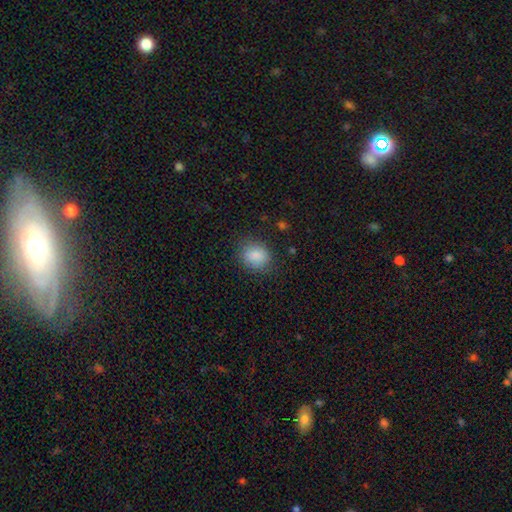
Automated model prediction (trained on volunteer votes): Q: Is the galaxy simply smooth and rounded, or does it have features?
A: smooth — 86%.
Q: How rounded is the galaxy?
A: round — 60%.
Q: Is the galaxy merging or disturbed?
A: none — 82%.